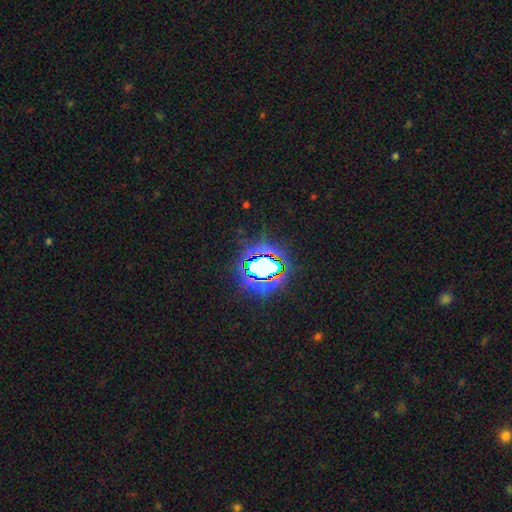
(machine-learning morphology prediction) Overall: star or artifact (67%).